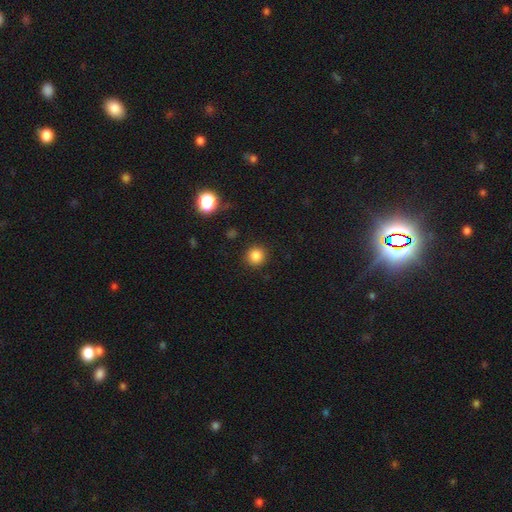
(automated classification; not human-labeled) Smooth or featured?
  - smooth: 84% *
  - star or artifact: 12%
  - featured or disk: 4%
How rounded?
  - round: 93% *
  - in between: 6%
  - cigar-shaped: 1%
Merging?
  - none: 90% *
  - minor disturbance: 6%
  - major disturbance: 2%
  - merger: 1%